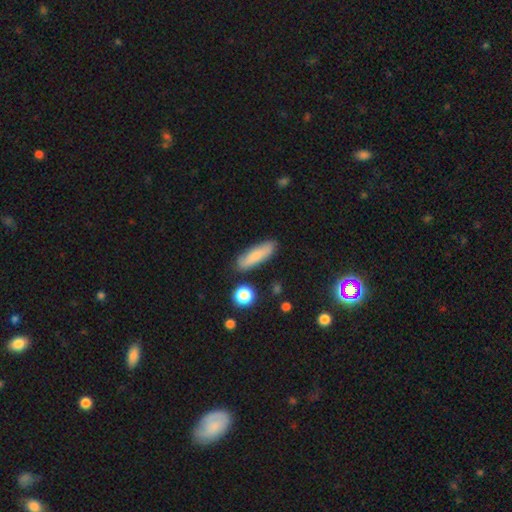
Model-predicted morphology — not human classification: smooth 74%, featured or disk 19%, star or artifact 7%. Down the decision tree: how rounded — cigar-shaped (54%); merging — none (83%).